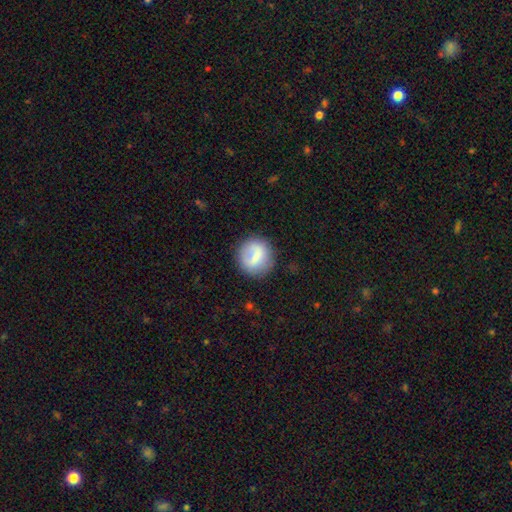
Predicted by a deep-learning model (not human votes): smooth_or_featured: smooth (p=0.66) [alt: featured or disk p=0.27]
how_rounded: round (p=0.87) [alt: in between p=0.11]
merging: none (p=0.77) [alt: minor disturbance p=0.14]